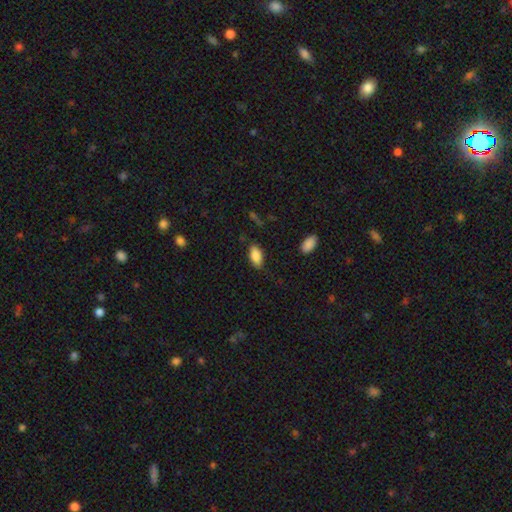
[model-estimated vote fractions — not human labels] smooth 87%, star or artifact 7%, featured or disk 6%. Down the decision tree: how rounded — in between (92%); merging — none (83%).